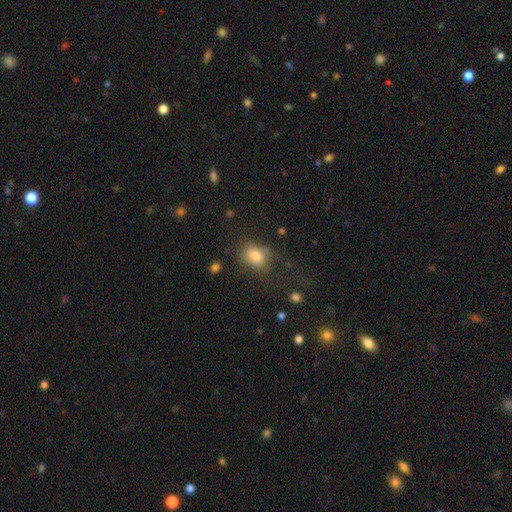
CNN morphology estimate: This appears to be a smooth galaxy with no disk features (80%) that is in between round and cigar-shaped (54%). Merging: none (59%).